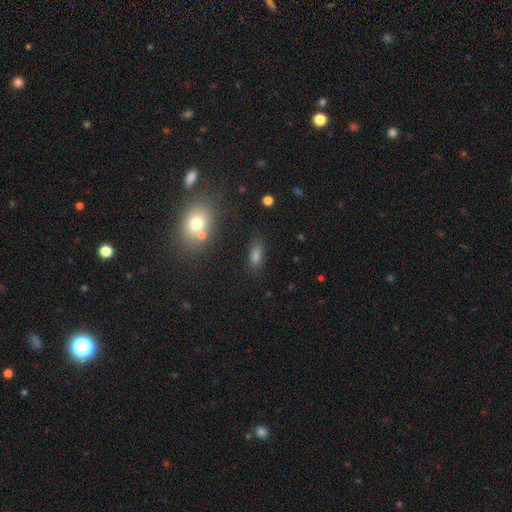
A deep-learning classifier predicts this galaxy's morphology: A smooth galaxy with no disk features (72%) that is in between round and cigar-shaped (77%). Merging: none (74%).